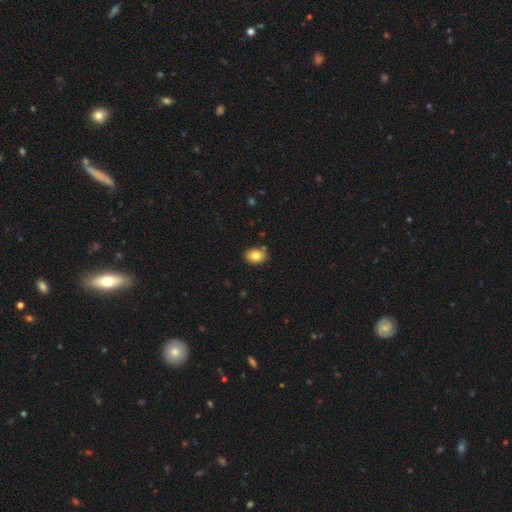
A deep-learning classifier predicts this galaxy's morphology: Smooth or featured? smooth (82%)
How rounded? in between (59%)
Merging? none (83%)